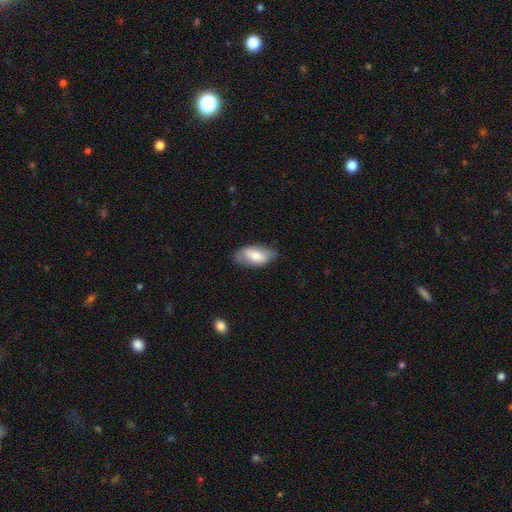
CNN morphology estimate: type=smooth (62%); roundness=in between (92%); merging=none (75%).